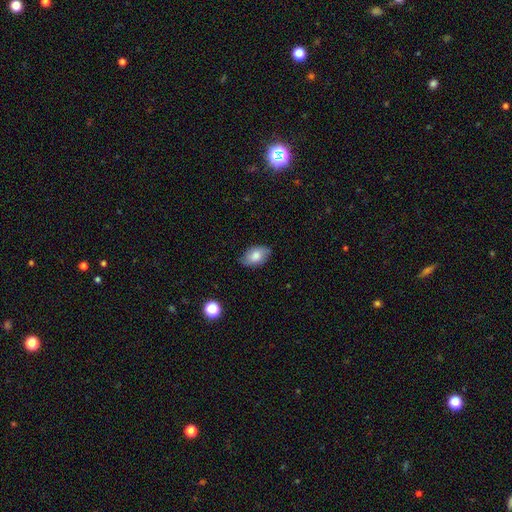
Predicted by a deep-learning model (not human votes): Smooth or featured? smooth (73%)
How rounded? in between (91%)
Merging? none (77%)